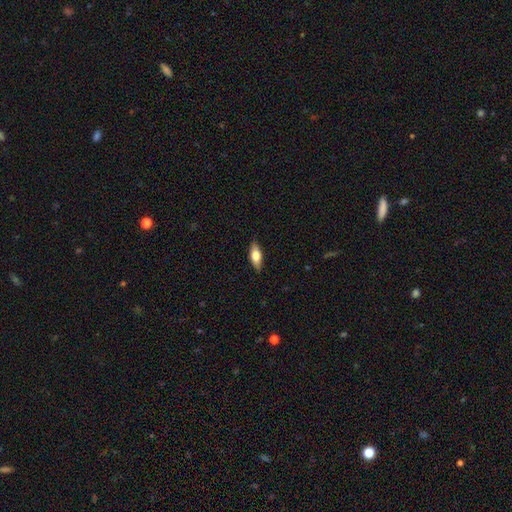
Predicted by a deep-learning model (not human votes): This appears to be a smooth galaxy with no disk features (62%) that is in between round and cigar-shaped (72%). Merging: none (87%).